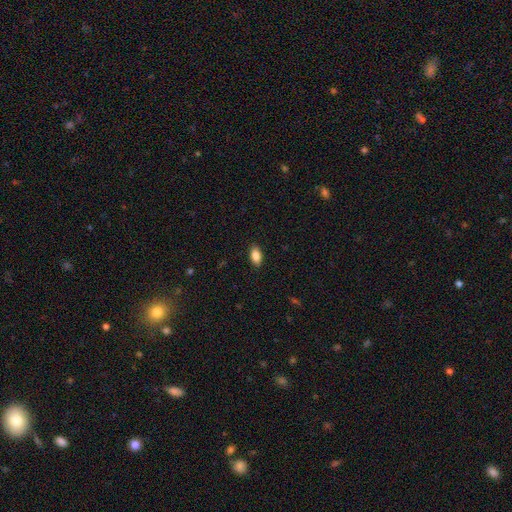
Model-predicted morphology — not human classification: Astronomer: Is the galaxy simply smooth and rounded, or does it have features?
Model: smooth — 86%.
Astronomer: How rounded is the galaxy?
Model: in between — 91%.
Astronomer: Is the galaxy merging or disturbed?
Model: none — 89%.